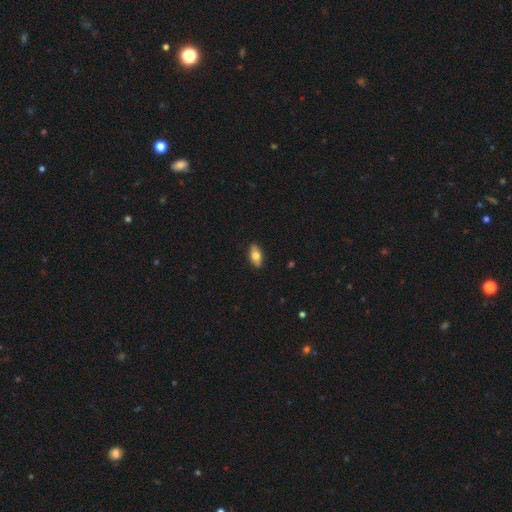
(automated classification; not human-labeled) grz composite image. It shows a smooth galaxy with no disk features (74%) that is in between round and cigar-shaped (89%). Merging: none (89%).